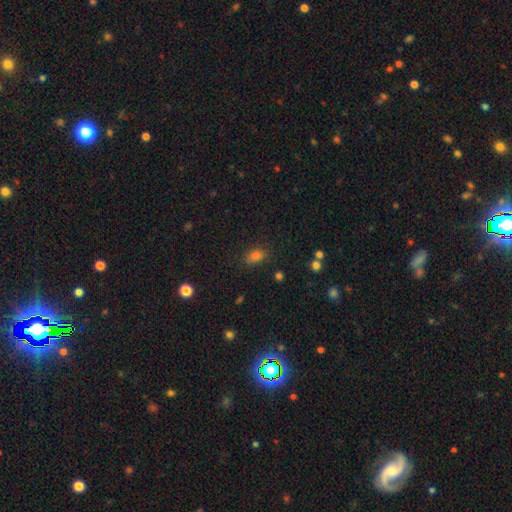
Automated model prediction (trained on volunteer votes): A smooth galaxy with no disk features (76%) that is in between round and cigar-shaped (78%).

Vote fractions:
- Smooth or featured? smooth: 76% / star or artifact: 18% / featured or disk: 6%
- How rounded? in between: 78% / round: 20% / cigar-shaped: 3%
- Merging? none: 82% / minor disturbance: 12% / major disturbance: 3% / merger: 2%